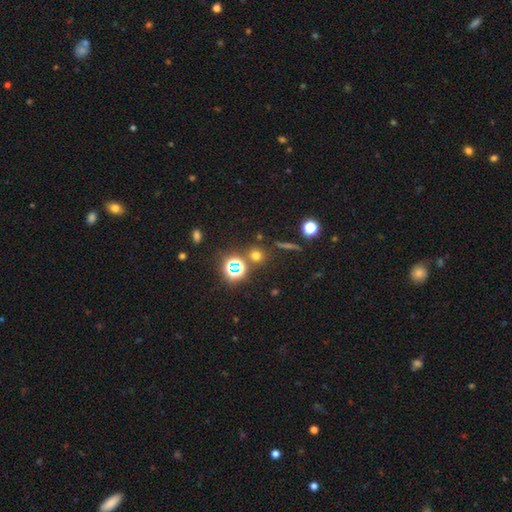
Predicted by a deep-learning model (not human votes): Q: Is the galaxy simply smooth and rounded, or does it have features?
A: smooth — 59%.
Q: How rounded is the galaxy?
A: round — 90%.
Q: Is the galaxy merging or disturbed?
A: none — 80%.